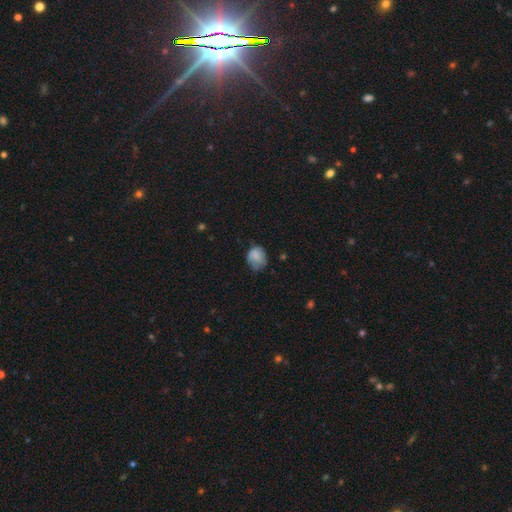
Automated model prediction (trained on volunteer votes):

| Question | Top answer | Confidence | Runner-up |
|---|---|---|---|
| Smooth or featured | smooth | 71% | featured or disk (20%) |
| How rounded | round | 63% | in between (36%) |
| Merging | none | 51% | minor disturbance (33%) |